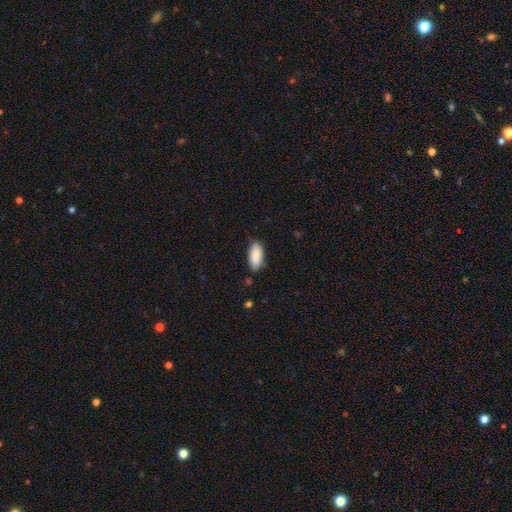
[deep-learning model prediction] smooth_or_featured: smooth (p=0.85) [alt: featured or disk p=0.09]
how_rounded: in between (p=0.88) [alt: cigar-shaped p=0.10]
merging: none (p=0.68) [alt: minor disturbance p=0.26]